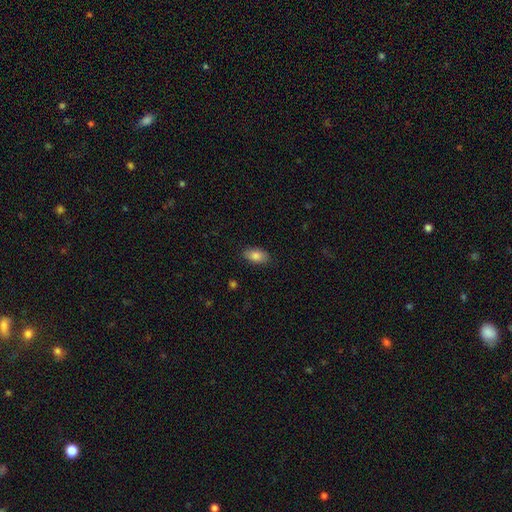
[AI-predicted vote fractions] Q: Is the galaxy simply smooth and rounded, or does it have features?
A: smooth — 84%.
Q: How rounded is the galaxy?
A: in between — 92%.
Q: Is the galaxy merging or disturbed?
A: none — 87%.